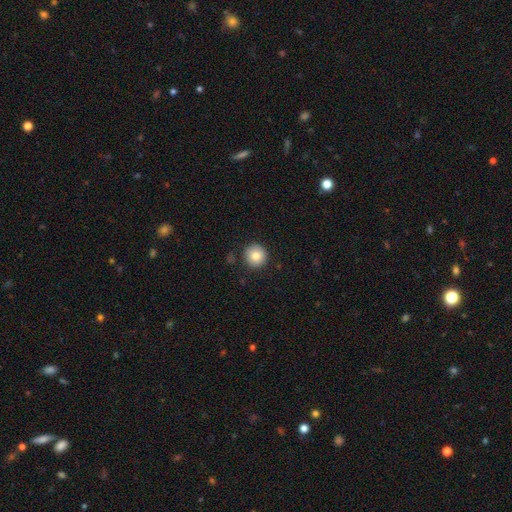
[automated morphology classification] A smooth galaxy with no disk features (83%) that is round (95%).

Vote fractions:
- Smooth or featured? smooth: 83% / star or artifact: 9% / featured or disk: 8%
- How rounded? round: 95% / in between: 4% / cigar-shaped: 1%
- Merging? none: 89% / minor disturbance: 8% / major disturbance: 2% / merger: 2%